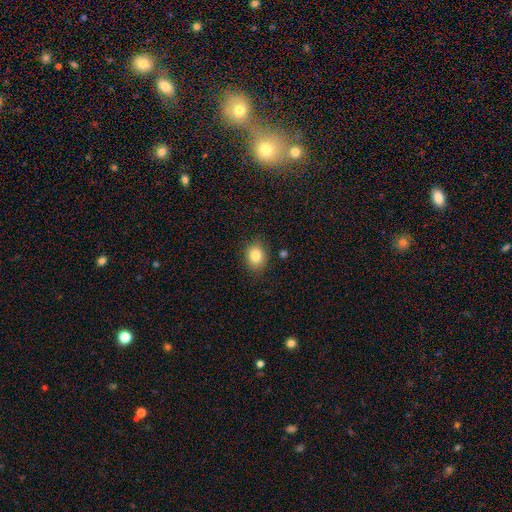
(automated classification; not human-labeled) Smooth or featured?
  - smooth: 83% *
  - star or artifact: 10%
  - featured or disk: 8%
How rounded?
  - round: 52% *
  - in between: 47%
  - cigar-shaped: 1%
Merging?
  - none: 84% *
  - minor disturbance: 11%
  - major disturbance: 3%
  - merger: 2%